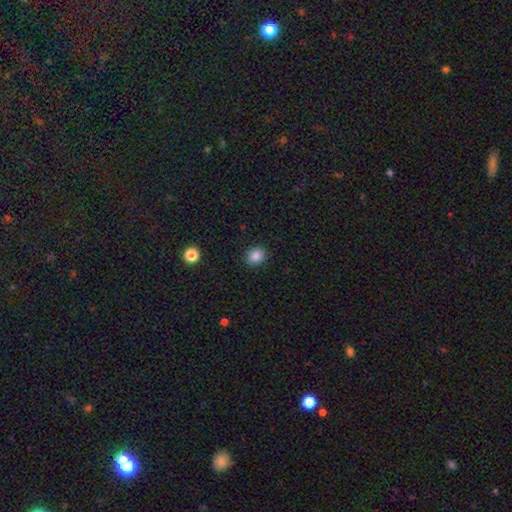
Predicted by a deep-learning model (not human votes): Smooth or featured: smooth — 86% (star or artifact — 10%)
How rounded: round — 71% (in between — 28%)
Merging: none — 90% (minor disturbance — 7%)